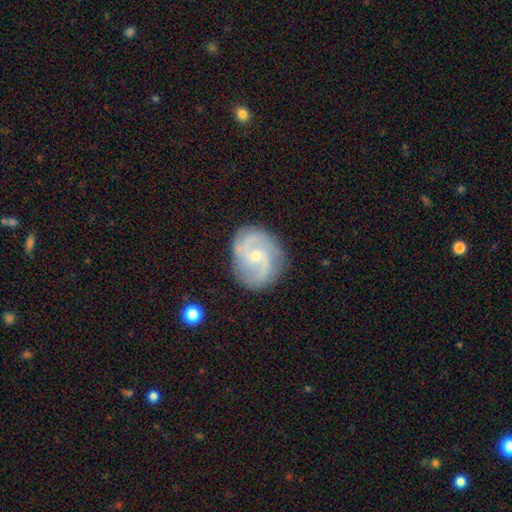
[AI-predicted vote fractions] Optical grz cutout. It shows a featured or disk galaxy (84%) with no bar (50%), 2 (76%) medium (53%) spiral arms (96%) and a small central bulge (67%). Merging: none (80%).